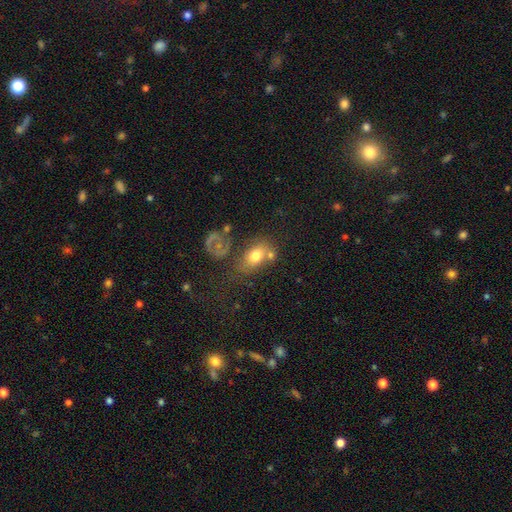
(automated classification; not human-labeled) Q: Smooth or featured?
A: smooth (72%); runner-up: featured or disk (18%)
Q: How rounded?
A: in between (74%); runner-up: round (24%)
Q: Merging?
A: none (50%); runner-up: merger (21%)